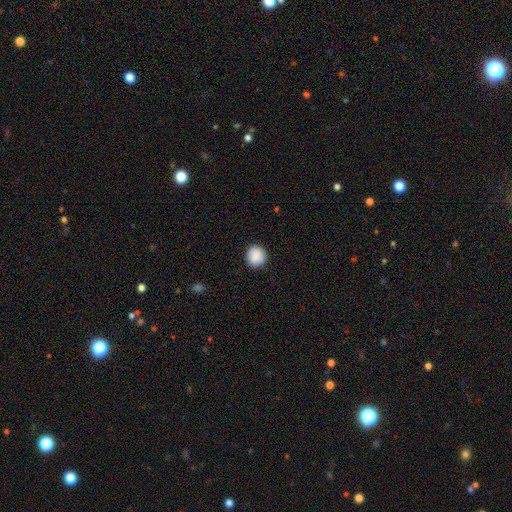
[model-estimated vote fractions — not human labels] Q: Smooth or featured?
A: smooth (89%); runner-up: star or artifact (8%)
Q: How rounded?
A: round (89%); runner-up: in between (10%)
Q: Merging?
A: none (89%); runner-up: minor disturbance (8%)